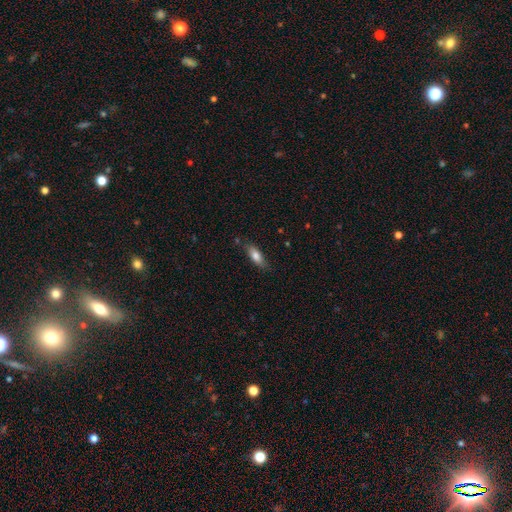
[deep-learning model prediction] Q: Smooth or featured?
A: smooth (77%); runner-up: featured or disk (16%)
Q: How rounded?
A: in between (67%); runner-up: cigar-shaped (30%)
Q: Merging?
A: none (77%); runner-up: minor disturbance (17%)